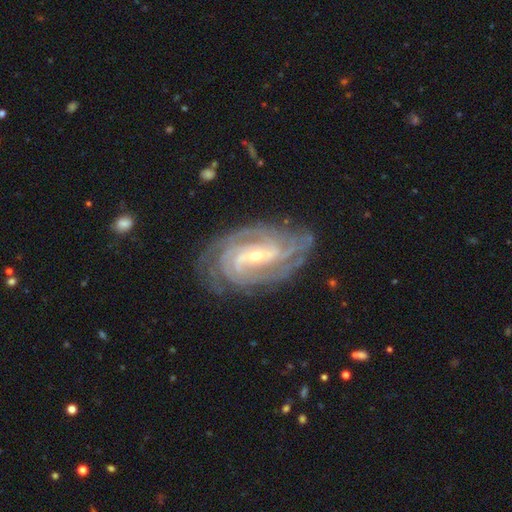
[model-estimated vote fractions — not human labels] Smooth or featured?
  - featured or disk: 92% *
  - star or artifact: 5%
  - smooth: 4%
Edge-on disk?
  - no: 96% *
  - yes: 4%
Bar?
  - weak: 40% *
  - strong: 37%
  - no: 22%
Spiral arms?
  - yes: 98% *
  - no: 2%
Spiral winding?
  - tight: 73% *
  - medium: 23%
  - loose: 4%
Spiral arm count?
  - 4: 27% *
  - 3: 21%
  - can't tell: 18%
  - 2: 17%
  - more than 4: 10%
  - 1: 7%
Bulge size?
  - small: 67% *
  - moderate: 30%
  - large: 1%
  - none: 1%
  - dominant: 1%
Merging?
  - none: 80% *
  - minor disturbance: 14%
  - major disturbance: 4%
  - merger: 1%